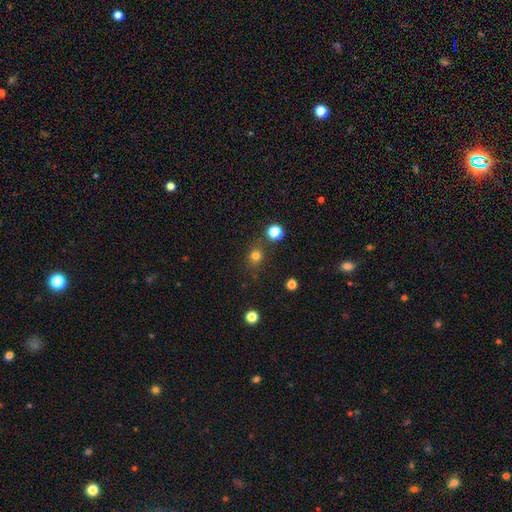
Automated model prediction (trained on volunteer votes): A smooth galaxy with no disk features (78%) that is round (76%). Merging: none (78%).